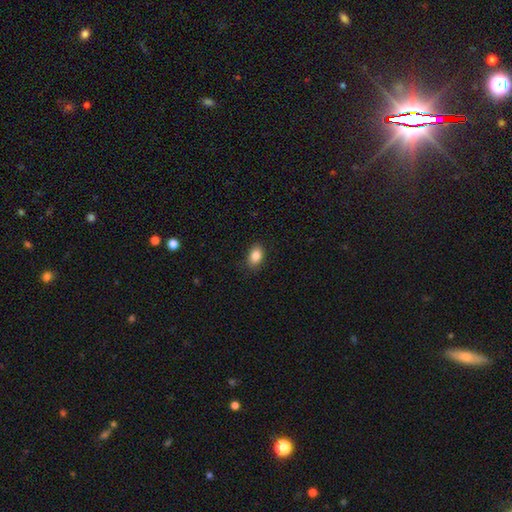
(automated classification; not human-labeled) Smooth or featured? Predicted: smooth (p=0.86). How rounded? Predicted: in between (p=0.83). Merging? Predicted: none (p=0.86).